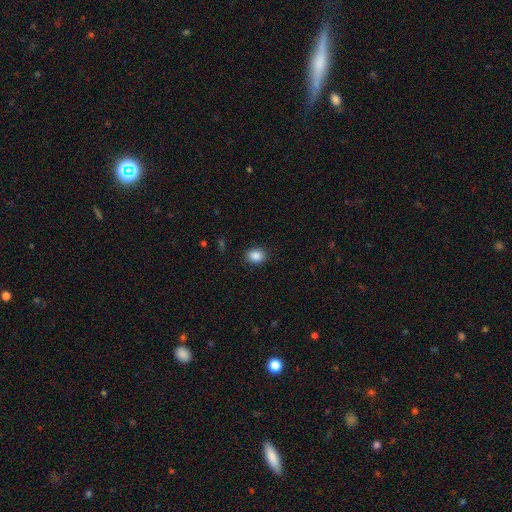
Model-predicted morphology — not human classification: This appears to be a smooth galaxy with no disk features (87%) that is round (52%). Merging: none (89%).